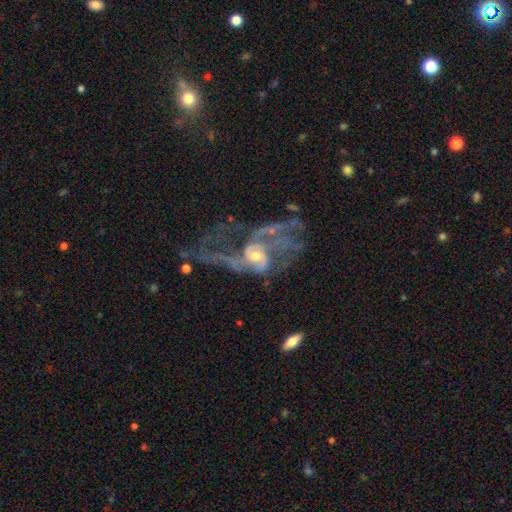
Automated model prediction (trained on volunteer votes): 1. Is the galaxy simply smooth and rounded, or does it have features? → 84% featured or disk, 8% smooth, 8% star or artifact.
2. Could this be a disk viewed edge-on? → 97% no, 3% yes.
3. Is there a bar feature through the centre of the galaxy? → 58% no, 33% weak, 9% strong.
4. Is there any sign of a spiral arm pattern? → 86% yes, 14% no.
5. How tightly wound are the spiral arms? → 53% loose, 34% medium, 13% tight.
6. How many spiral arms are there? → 58% 2, 18% can't tell, 8% 1, 8% 3, 4% 4, 4% more than 4.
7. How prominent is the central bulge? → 57% moderate, 33% small, 7% large, 2% none, 1% dominant.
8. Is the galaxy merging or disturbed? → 55% major disturbance, 20% none, 14% merger, 11% minor disturbance.